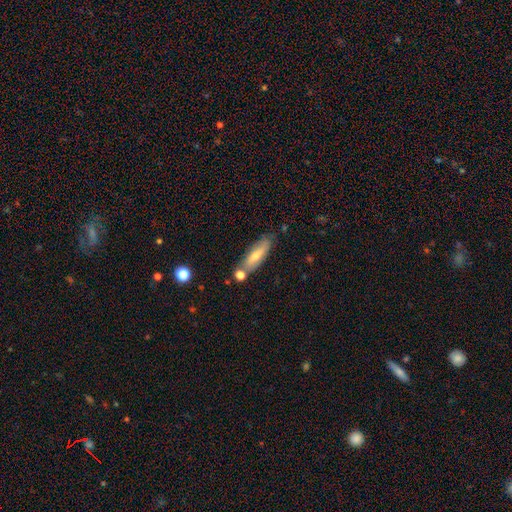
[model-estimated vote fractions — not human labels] This is likely a smooth galaxy (67%). How rounded: possibly cigar-shaped (59%). Merging: likely none (68%).